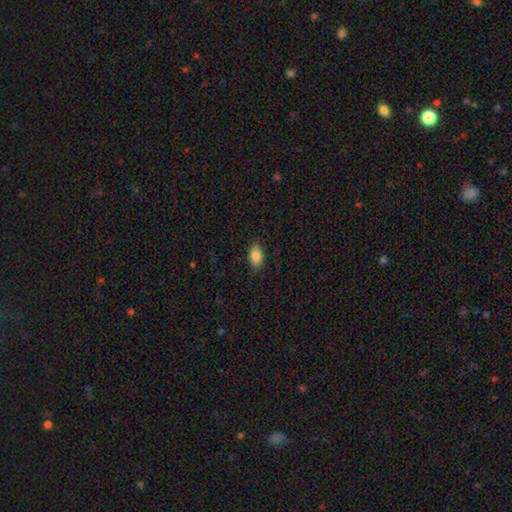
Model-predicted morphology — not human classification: Smooth or featured? Predicted: smooth (p=0.85). How rounded? Predicted: in between (p=0.89). Merging? Predicted: none (p=0.85).